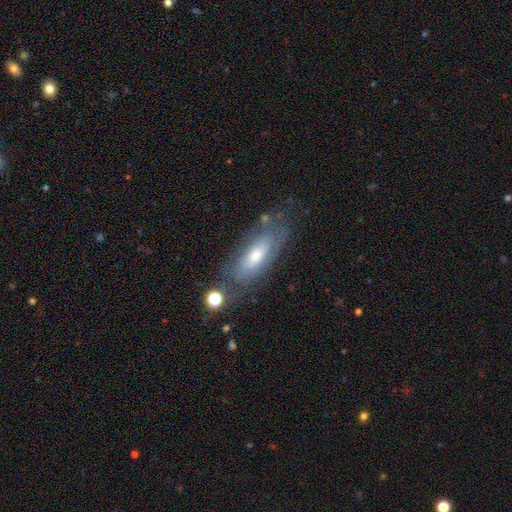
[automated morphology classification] This is possibly a featured or disk galaxy (49%). Merging: likely none (64%).